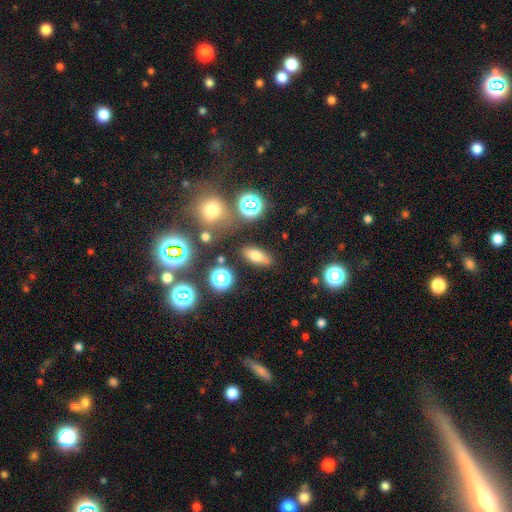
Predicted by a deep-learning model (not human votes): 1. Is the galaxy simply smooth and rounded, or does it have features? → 66% smooth, 19% featured or disk, 16% star or artifact.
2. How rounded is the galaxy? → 72% in between, 18% cigar-shaped, 9% round.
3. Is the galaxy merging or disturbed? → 82% none, 10% minor disturbance, 4% merger, 3% major disturbance.